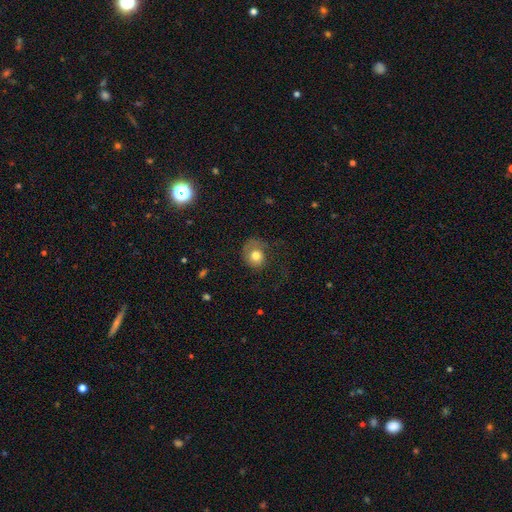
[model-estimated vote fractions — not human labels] smooth 64%, featured or disk 27%, star or artifact 8%. Down the decision tree: how rounded — round (71%); merging — none (44%).